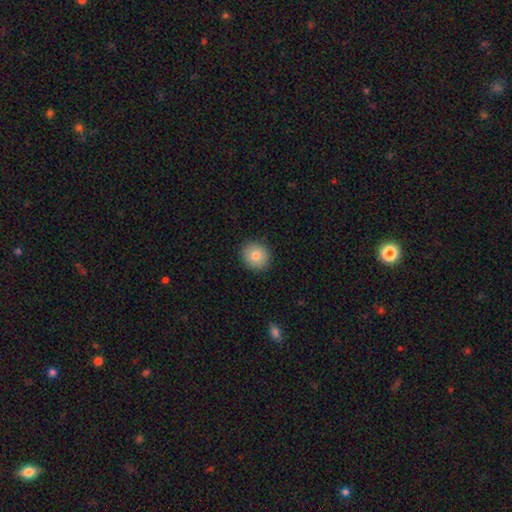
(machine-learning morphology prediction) smooth_or_featured: smooth (p=0.80) [alt: featured or disk p=0.11]
how_rounded: round (p=0.84) [alt: in between p=0.16]
merging: none (p=0.90) [alt: minor disturbance p=0.07]